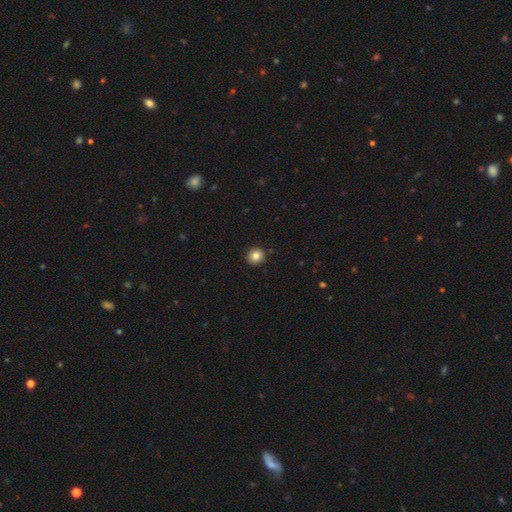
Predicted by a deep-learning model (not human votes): smooth-or-featured: smooth: 83% | star or artifact: 10% | featured or disk: 6%
  how-rounded: round: 90% | in between: 9% | cigar-shaped: 1%
  merging: none: 90% | minor disturbance: 7% | major disturbance: 2% | merger: 1%